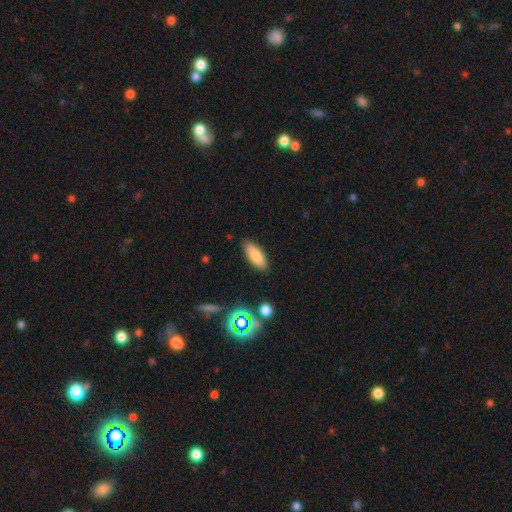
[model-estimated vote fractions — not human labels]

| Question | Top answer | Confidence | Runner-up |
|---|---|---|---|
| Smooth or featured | smooth | 82% | featured or disk (9%) |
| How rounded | in between | 74% | cigar-shaped (24%) |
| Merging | none | 87% | minor disturbance (9%) |